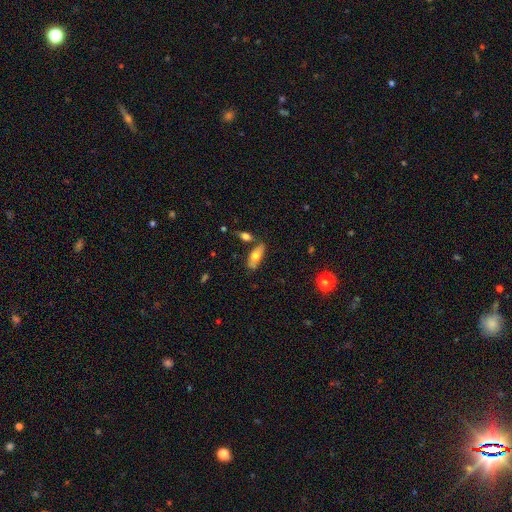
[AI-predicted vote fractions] Overall: smooth (62%; featured or disk 31%). How rounded: in between (75%). Merging: none (71%).